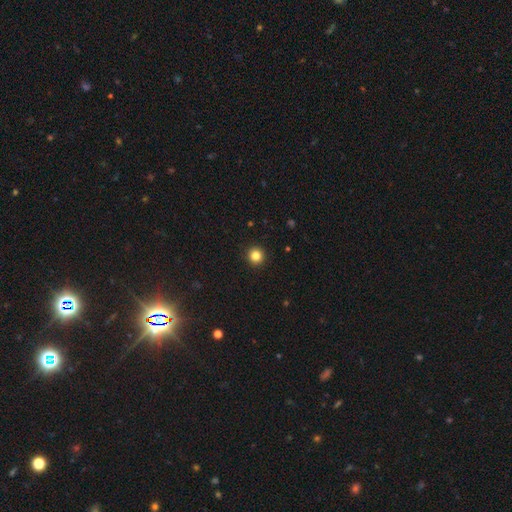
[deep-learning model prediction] A smooth galaxy with no disk features (84%) that is round (94%). Merging: none (93%).